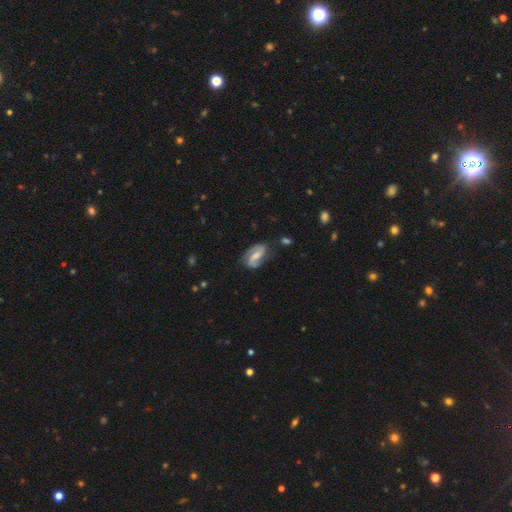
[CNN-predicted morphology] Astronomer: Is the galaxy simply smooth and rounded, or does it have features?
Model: featured or disk — 79%.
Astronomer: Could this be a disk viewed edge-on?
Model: no — 96%.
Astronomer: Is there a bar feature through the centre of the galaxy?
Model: weak — 45% (runner-up: strong, 32%).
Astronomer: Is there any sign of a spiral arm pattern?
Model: yes — 95%.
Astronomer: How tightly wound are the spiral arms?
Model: medium — 43% (runner-up: loose, 38%).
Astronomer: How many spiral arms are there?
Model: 2 — 88%.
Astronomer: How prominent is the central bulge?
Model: small — 41% (runner-up: moderate, 39%).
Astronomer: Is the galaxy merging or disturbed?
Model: none — 73%.